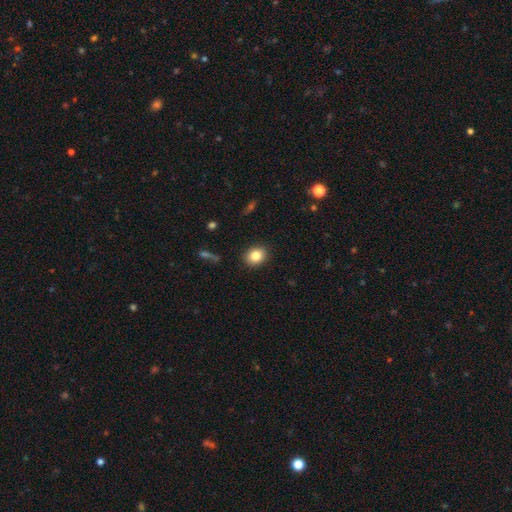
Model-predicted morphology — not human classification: smooth_or_featured: smooth (p=0.83) [alt: star or artifact p=0.10]
how_rounded: round (p=0.59) [alt: in between p=0.40]
merging: none (p=0.90) [alt: minor disturbance p=0.07]